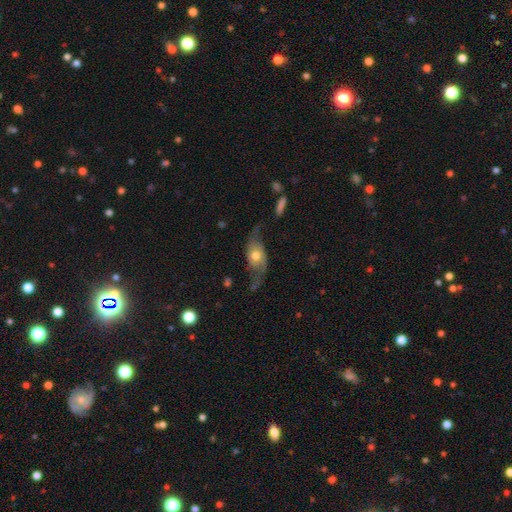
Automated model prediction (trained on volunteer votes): The model was most divided on "merging": none: 54%, minor disturbance: 23%, major disturbance: 20%, merger: 3%. More confident: spiral arm count — 2 (91%); edge-on disk — no (89%); spiral arms — yes (88%); spiral winding — loose (80%); bar — no (73%); smooth or featured — featured or disk (72%); bulge size — moderate (71%).